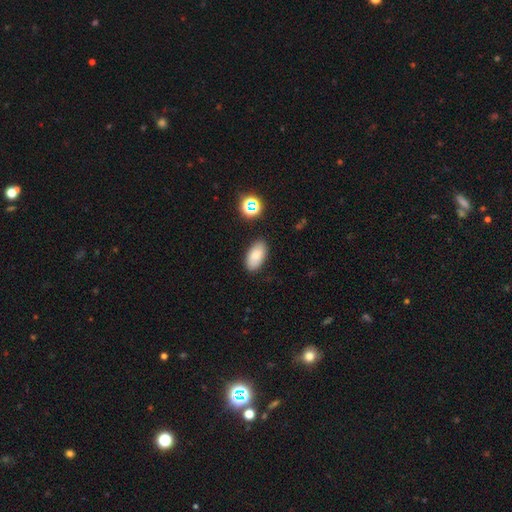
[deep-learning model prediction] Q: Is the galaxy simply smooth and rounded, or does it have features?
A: smooth — 81%.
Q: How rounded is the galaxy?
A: in between — 94%.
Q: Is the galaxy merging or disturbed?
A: none — 86%.